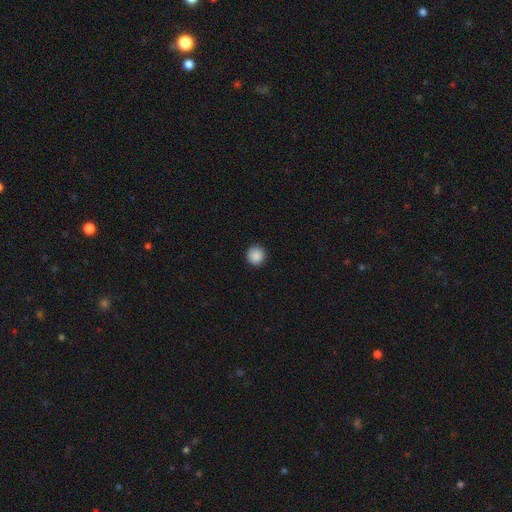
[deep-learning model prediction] This appears to be a smooth galaxy with no disk features (89%) that is round (95%). Merging: none (93%).